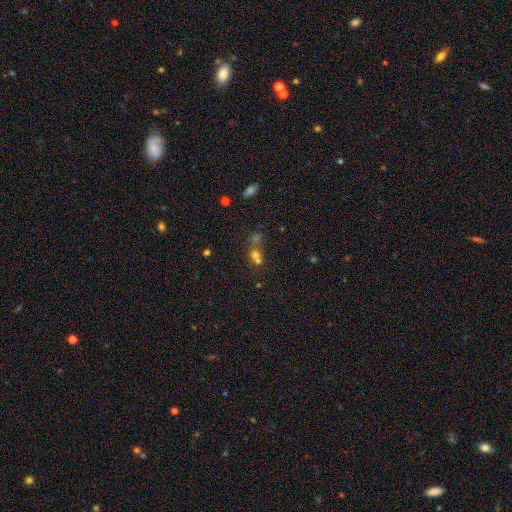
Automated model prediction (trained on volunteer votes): Q: Smooth or featured?
A: smooth (55%); runner-up: star or artifact (28%)
Q: How rounded?
A: round (78%); runner-up: in between (20%)
Q: Merging?
A: merger (54%); runner-up: none (35%)